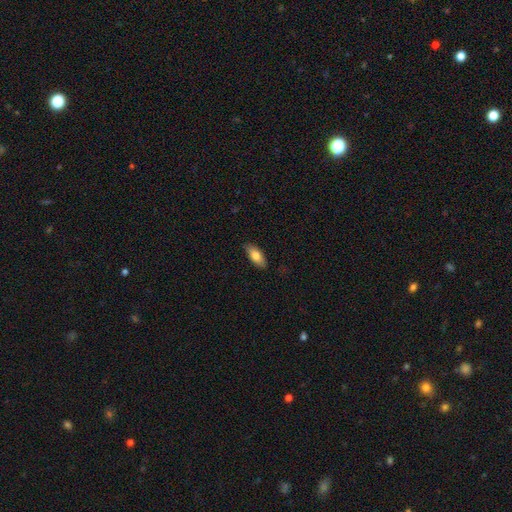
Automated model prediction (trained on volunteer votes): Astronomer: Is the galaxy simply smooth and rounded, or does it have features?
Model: smooth — 77%.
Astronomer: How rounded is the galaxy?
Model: in between — 82%.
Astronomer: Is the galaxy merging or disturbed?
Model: none — 85%.